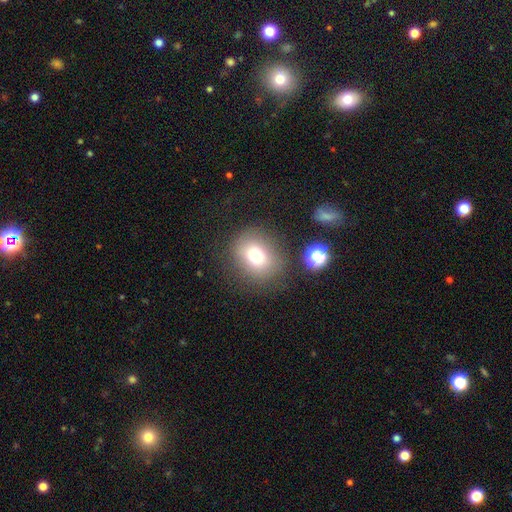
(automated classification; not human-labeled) This appears to be a smooth galaxy with no disk features (73%) that is round (72%). Merging: none (80%).